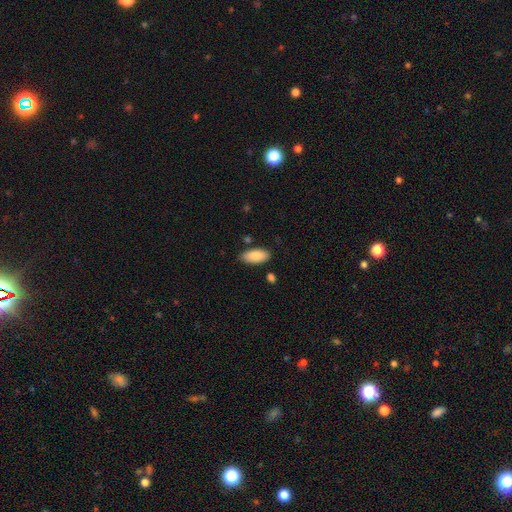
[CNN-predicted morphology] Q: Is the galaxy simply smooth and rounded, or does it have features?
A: smooth — 88%.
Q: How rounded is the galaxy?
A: in between — 90%.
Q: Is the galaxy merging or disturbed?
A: none — 81%.